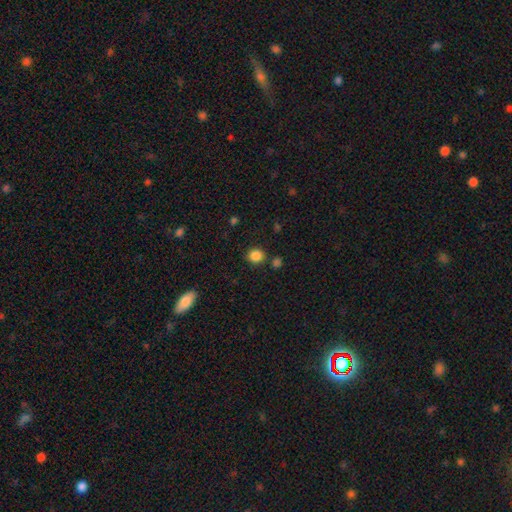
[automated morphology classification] smooth 86%, star or artifact 11%, featured or disk 3%. Down the decision tree: how rounded — round (81%); merging — none (82%).